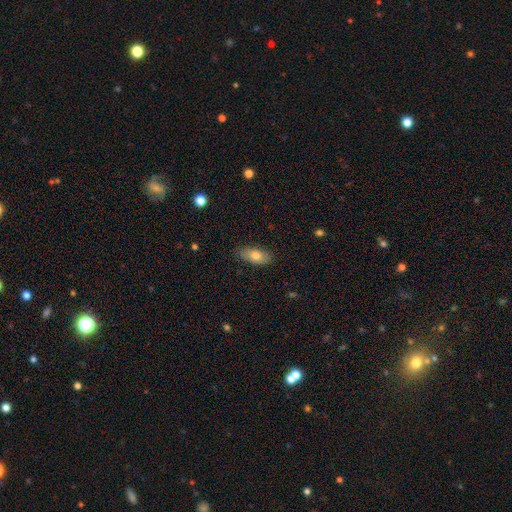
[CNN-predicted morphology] smooth-or-featured: smooth: 75% | featured or disk: 18% | star or artifact: 7%
  how-rounded: in between: 88% | cigar-shaped: 9% | round: 4%
  merging: none: 85% | minor disturbance: 12% | major disturbance: 2% | merger: 1%